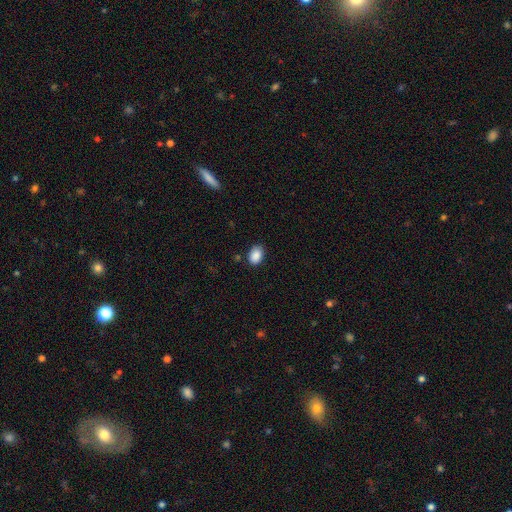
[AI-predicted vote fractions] A smooth galaxy with no disk features (89%) that is in between round and cigar-shaped (82%). Merging: none (83%).